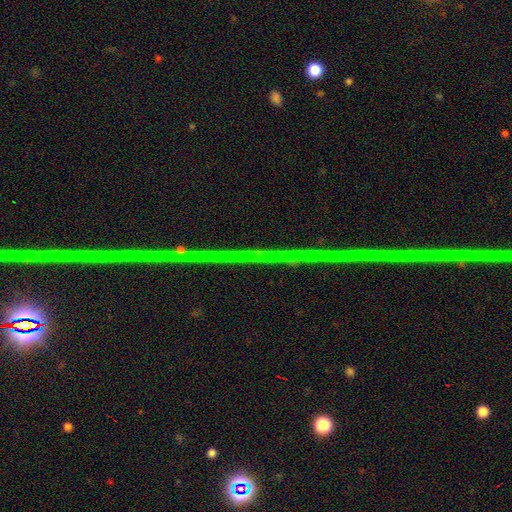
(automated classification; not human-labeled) Overall: star or artifact (87%).